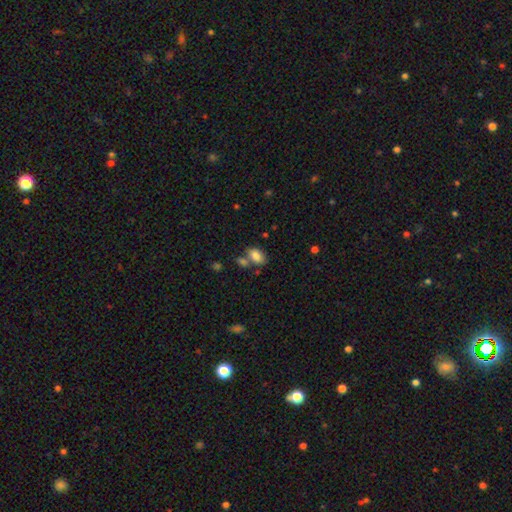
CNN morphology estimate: The model was most divided on "merging": none: 57%, merger: 24%, minor disturbance: 14%, major disturbance: 5%. More confident: how rounded — in between (88%); smooth or featured — smooth (83%).